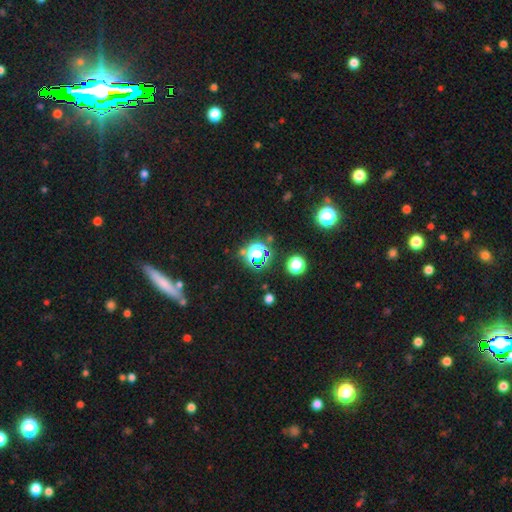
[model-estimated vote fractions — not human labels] Smooth or featured: star or artifact — 54% (smooth — 37%)